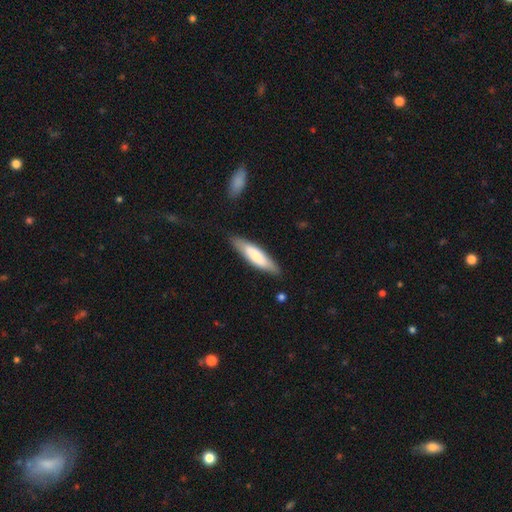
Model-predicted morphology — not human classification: Smooth or featured?
  - smooth: 64% *
  - featured or disk: 30%
  - star or artifact: 5%
How rounded?
  - cigar-shaped: 67% *
  - in between: 31%
  - round: 1%
Merging?
  - none: 83% *
  - minor disturbance: 12%
  - major disturbance: 2%
  - merger: 2%